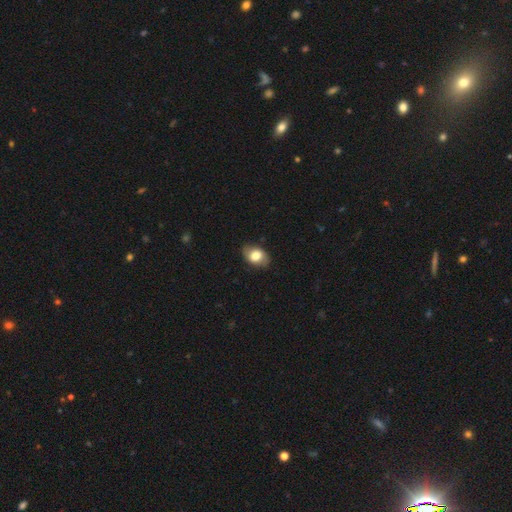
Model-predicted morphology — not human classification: Smooth or featured: smooth — 72% (featured or disk — 20%)
How rounded: in between — 81% (round — 18%)
Merging: none — 81% (minor disturbance — 15%)